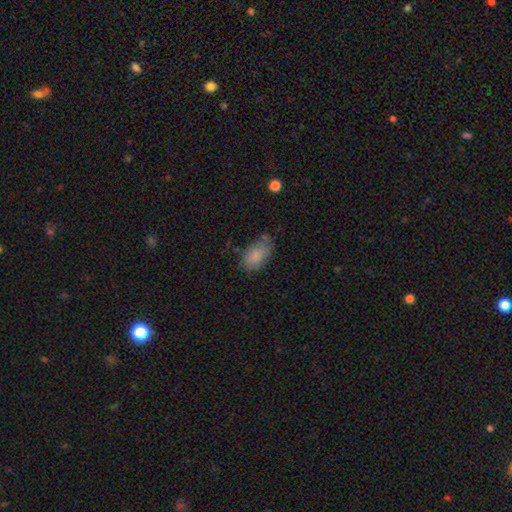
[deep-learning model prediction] Smooth or featured? smooth (83%)
How rounded? in between (92%)
Merging? none (64%)